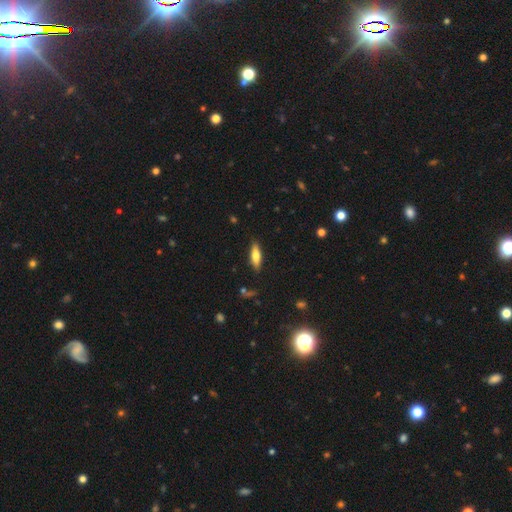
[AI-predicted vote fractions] Smooth or featured? Predicted: smooth (p=0.68). How rounded? Predicted: cigar-shaped (p=0.51). Merging? Predicted: none (p=0.86).